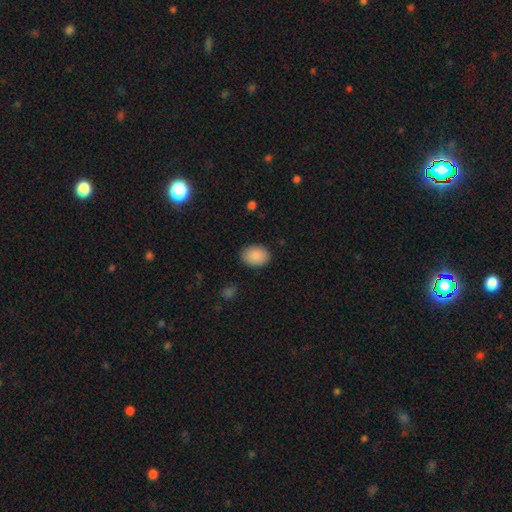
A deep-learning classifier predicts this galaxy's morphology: smooth-or-featured: smooth: 89% | star or artifact: 7% | featured or disk: 4%
  how-rounded: in between: 72% | round: 27% | cigar-shaped: 1%
  merging: none: 88% | minor disturbance: 9% | major disturbance: 2% | merger: 1%